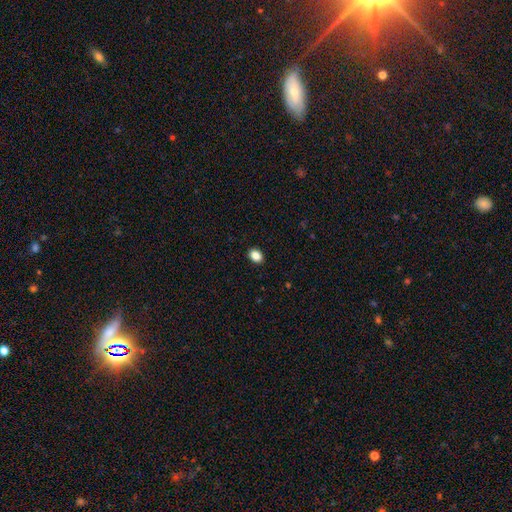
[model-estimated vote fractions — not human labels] This appears to be a smooth galaxy with no disk features (88%) that is in between round and cigar-shaped (73%). Merging: none (91%).